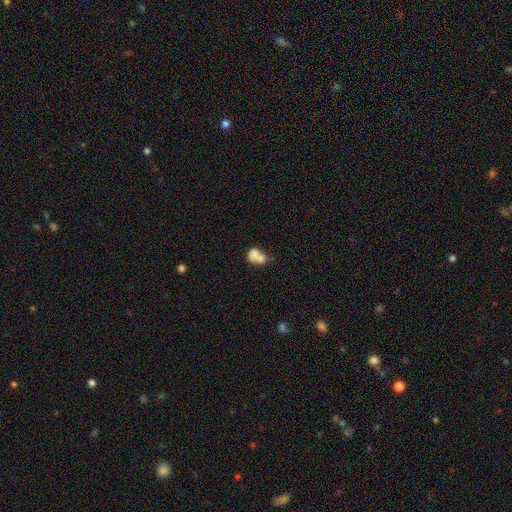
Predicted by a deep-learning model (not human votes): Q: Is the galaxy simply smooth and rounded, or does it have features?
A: smooth — 71%.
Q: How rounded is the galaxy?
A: in between — 60%.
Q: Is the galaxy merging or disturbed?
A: merger — 58%.